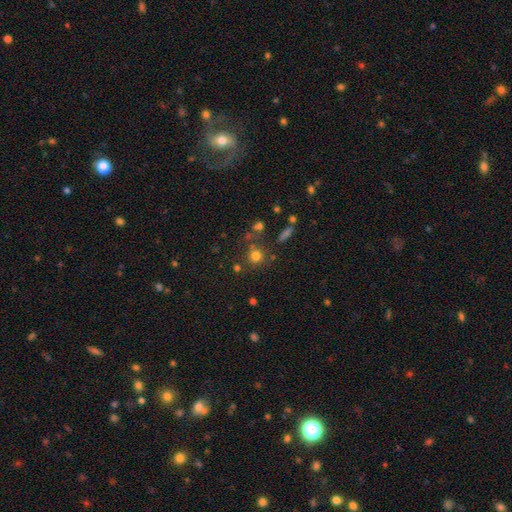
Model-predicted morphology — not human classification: smooth 74%, star or artifact 18%, featured or disk 9%. Down the decision tree: how rounded — round (89%); merging — none (73%).